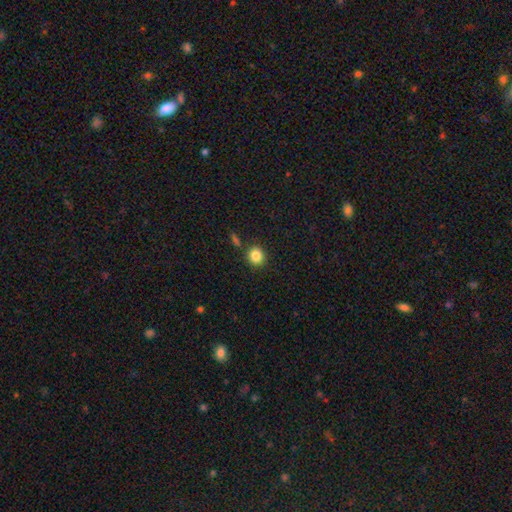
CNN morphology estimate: Overall: smooth (85%). How rounded: round (86%). Merging: none (84%).